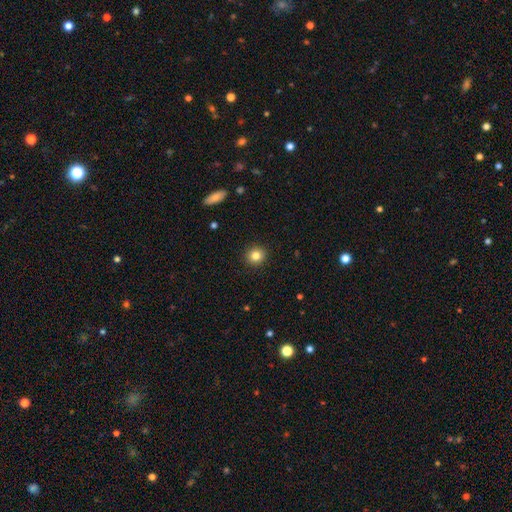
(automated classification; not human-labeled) smooth 82%, star or artifact 11%, featured or disk 6%. Down the decision tree: how rounded — round (92%); merging — none (92%).